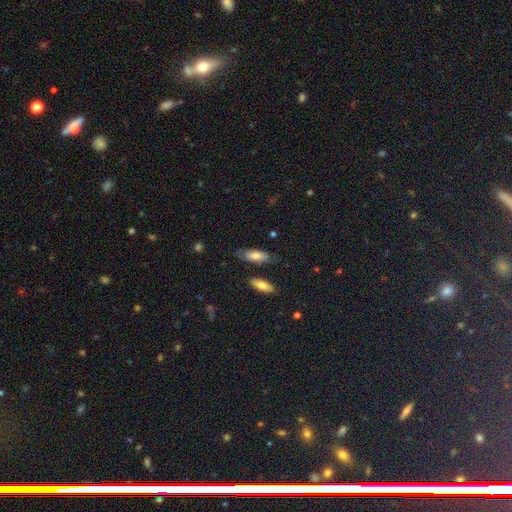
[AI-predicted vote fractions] Smooth or featured?
  - smooth: 74% *
  - featured or disk: 19%
  - star or artifact: 7%
How rounded?
  - in between: 68% *
  - cigar-shaped: 30%
  - round: 2%
Merging?
  - none: 73% *
  - minor disturbance: 18%
  - merger: 4%
  - major disturbance: 4%